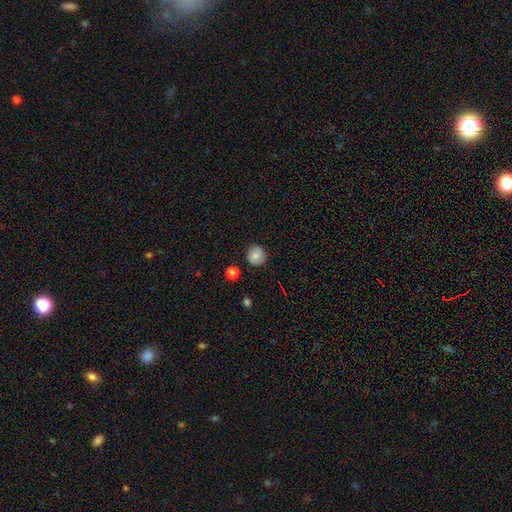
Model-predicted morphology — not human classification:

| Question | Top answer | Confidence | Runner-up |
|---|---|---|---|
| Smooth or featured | smooth | 78% | featured or disk (12%) |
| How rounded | round | 92% | in between (7%) |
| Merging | none | 87% | minor disturbance (9%) |